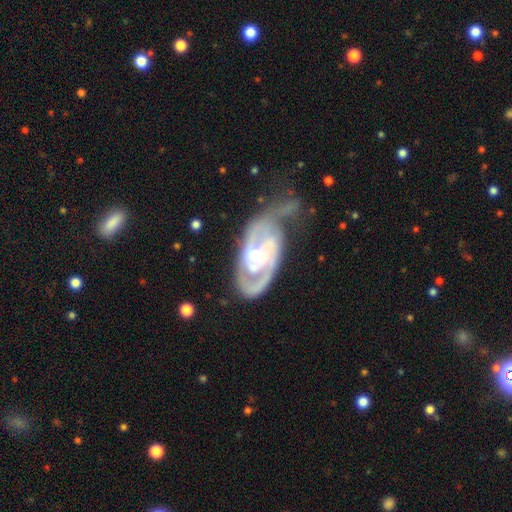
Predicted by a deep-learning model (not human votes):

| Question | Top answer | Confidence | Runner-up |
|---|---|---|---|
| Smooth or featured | featured or disk | 82% | smooth (12%) |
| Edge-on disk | no | 95% | yes (5%) |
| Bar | no | 48% | weak (34%) |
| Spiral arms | yes | 80% | no (20%) |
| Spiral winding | tight | 43% | medium (37%) |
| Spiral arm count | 2 | 54% | 1 (19%) |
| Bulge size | moderate | 65% | large (23%) |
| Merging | major disturbance | 36% | none (29%) |